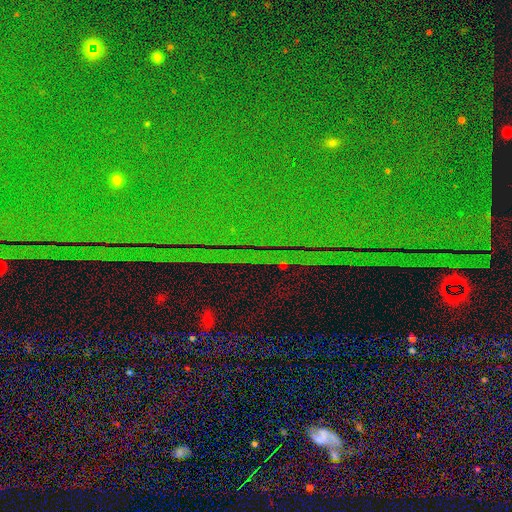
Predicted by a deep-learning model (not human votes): A star or artifact, not a galaxy (86%).